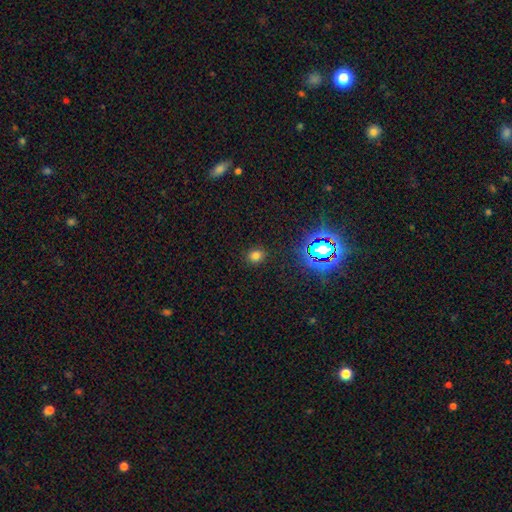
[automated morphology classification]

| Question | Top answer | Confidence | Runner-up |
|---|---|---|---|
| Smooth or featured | smooth | 73% | star or artifact (21%) |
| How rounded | round | 71% | in between (28%) |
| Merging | none | 88% | minor disturbance (8%) |